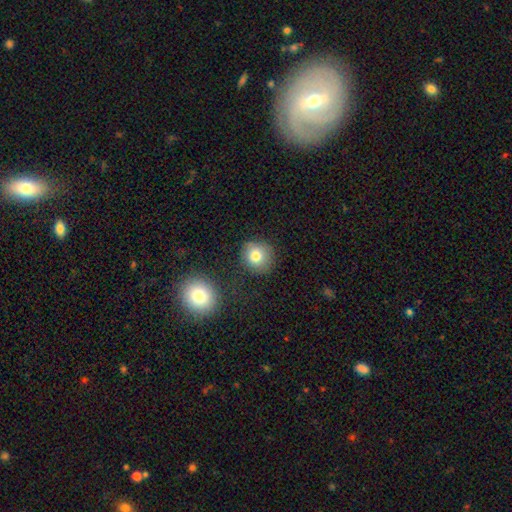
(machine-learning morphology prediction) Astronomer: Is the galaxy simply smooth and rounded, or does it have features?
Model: smooth — 80%.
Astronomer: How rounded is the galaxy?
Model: round — 87%.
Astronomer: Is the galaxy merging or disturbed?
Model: none — 81%.